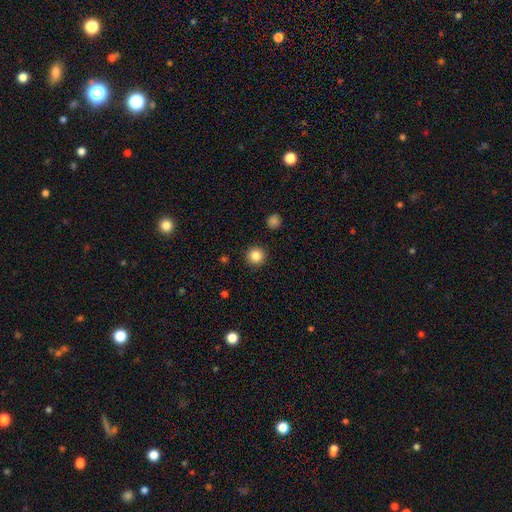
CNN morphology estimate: A smooth galaxy with no disk features (85%) that is round (95%).

Vote fractions:
- Smooth or featured? smooth: 85% / star or artifact: 10% / featured or disk: 4%
- How rounded? round: 95% / in between: 4% / cigar-shaped: 1%
- Merging? none: 91% / minor disturbance: 5% / major disturbance: 2% / merger: 1%